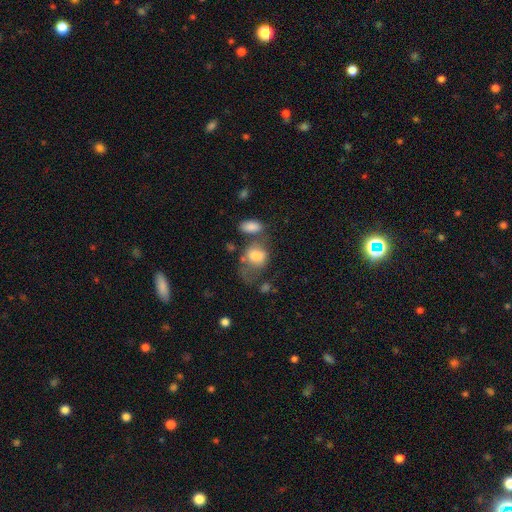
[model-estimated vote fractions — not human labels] Smooth or featured: smooth — 72% (featured or disk — 20%)
How rounded: in between — 69% (round — 30%)
Merging: major disturbance — 29% (merger — 25%)